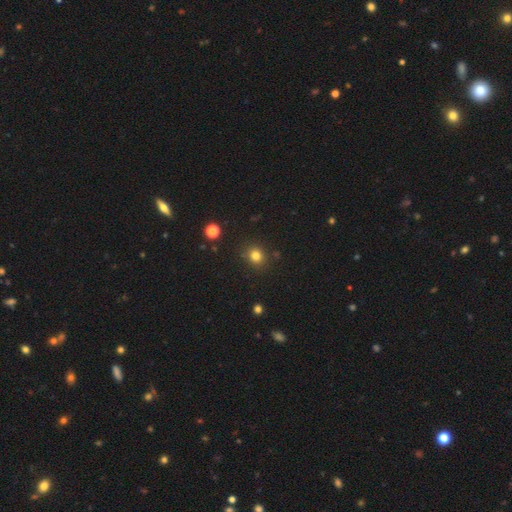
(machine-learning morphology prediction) This is clearly a smooth galaxy (81%). How rounded: likely round (80%). Merging: clearly none (86%).